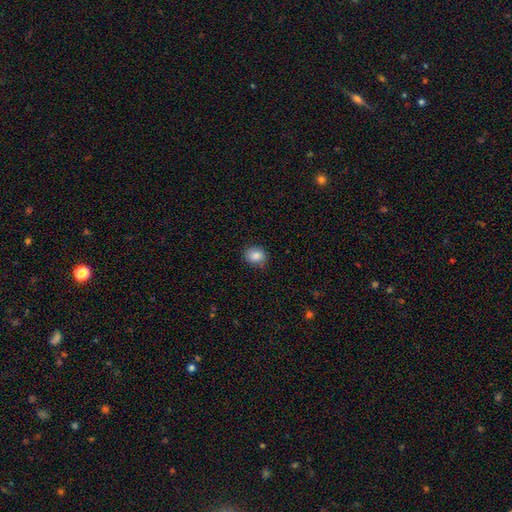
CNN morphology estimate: Smooth or featured? smooth (86%)
How rounded? round (61%)
Merging? none (81%)